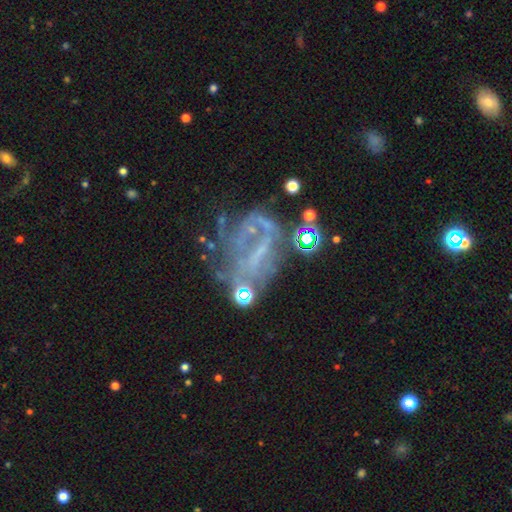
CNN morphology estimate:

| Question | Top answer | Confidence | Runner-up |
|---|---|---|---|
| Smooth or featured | featured or disk | 62% | star or artifact (22%) |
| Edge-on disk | no | 95% | yes (5%) |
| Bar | no | 43% | weak (29%) |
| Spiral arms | no | 58% | yes (42%) |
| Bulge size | none | 63% | small (28%) |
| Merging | none | 36% | major disturbance (34%) |